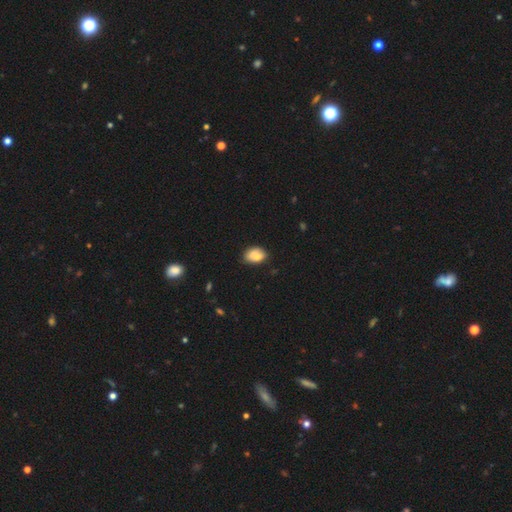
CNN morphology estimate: smooth 71%, featured or disk 20%, star or artifact 9%. Down the decision tree: how rounded — in between (83%); merging — none (47%).